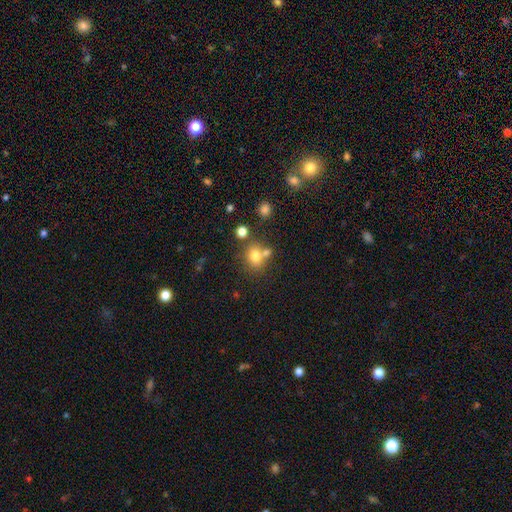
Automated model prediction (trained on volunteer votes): Smooth or featured? smooth (76%)
How rounded? round (59%)
Merging? none (57%)